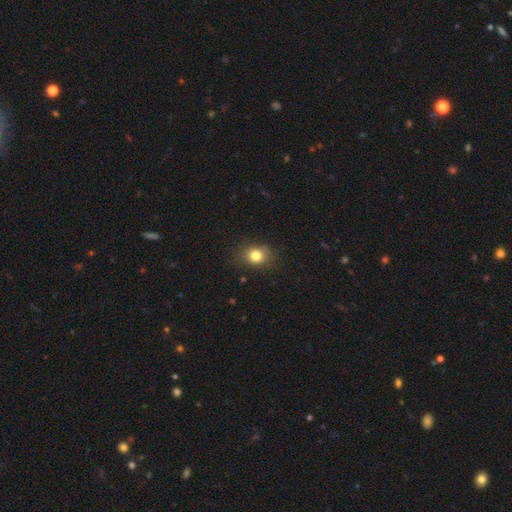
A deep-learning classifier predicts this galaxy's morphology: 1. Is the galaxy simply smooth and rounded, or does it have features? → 81% smooth, 12% star or artifact, 8% featured or disk.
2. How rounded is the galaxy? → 59% round, 40% in between, 1% cigar-shaped.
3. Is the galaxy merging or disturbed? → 80% none, 14% minor disturbance, 4% major disturbance, 1% merger.